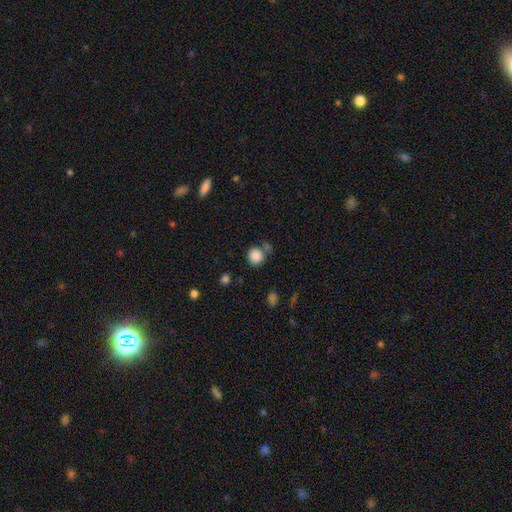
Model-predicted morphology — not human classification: A smooth galaxy with no disk features (87%) that is round (89%).

Vote fractions:
- Smooth or featured? smooth: 87% / star or artifact: 10% / featured or disk: 4%
- How rounded? round: 89% / in between: 10% / cigar-shaped: 1%
- Merging? none: 68% / merger: 16% / minor disturbance: 11% / major disturbance: 5%